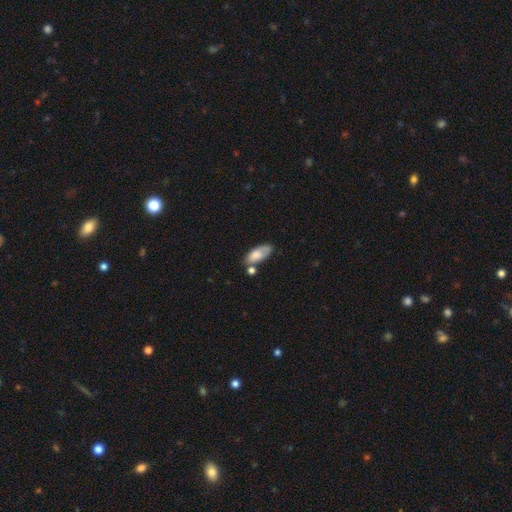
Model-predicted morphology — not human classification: A smooth galaxy with no disk features (76%) that is in between round and cigar-shaped (86%). Merging: none (52%).